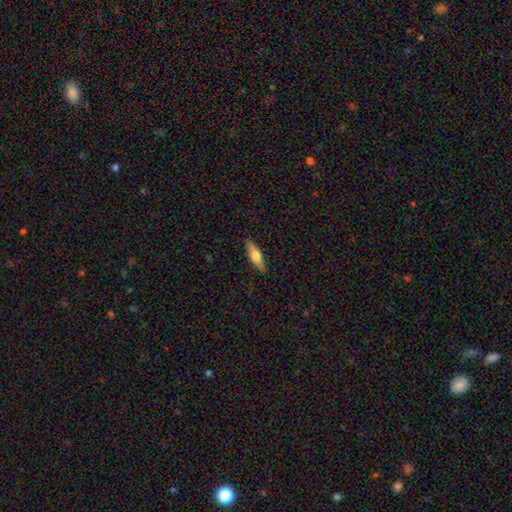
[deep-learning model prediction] smooth 61%, featured or disk 33%, star or artifact 6%. Down the decision tree: how rounded — cigar-shaped (61%); merging — none (87%).